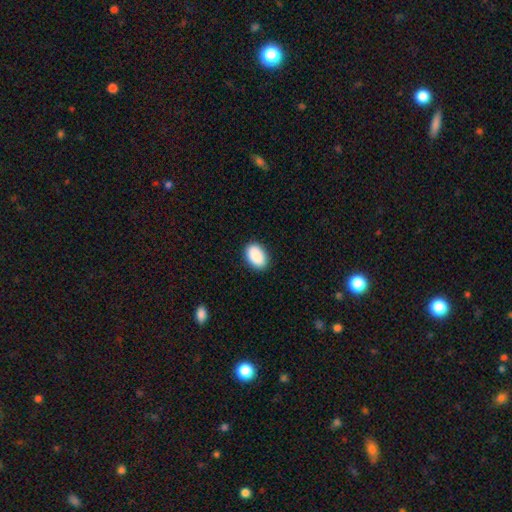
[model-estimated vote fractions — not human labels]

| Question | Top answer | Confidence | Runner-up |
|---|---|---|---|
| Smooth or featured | smooth | 91% | star or artifact (7%) |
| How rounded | in between | 89% | round (10%) |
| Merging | none | 89% | minor disturbance (8%) |